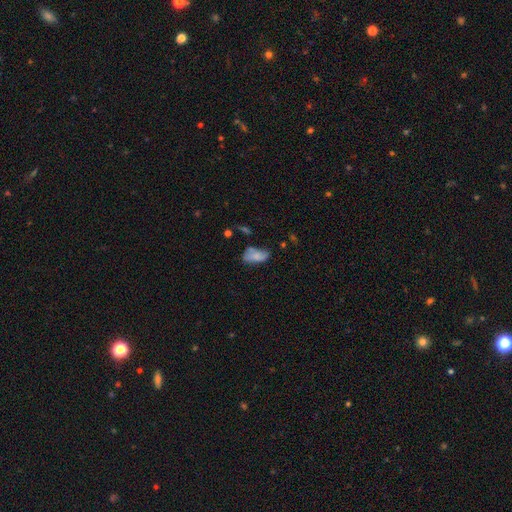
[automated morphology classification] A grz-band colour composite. It shows a smooth galaxy with no disk features (73%) that is in between round and cigar-shaped (89%). Merging: none (44%).